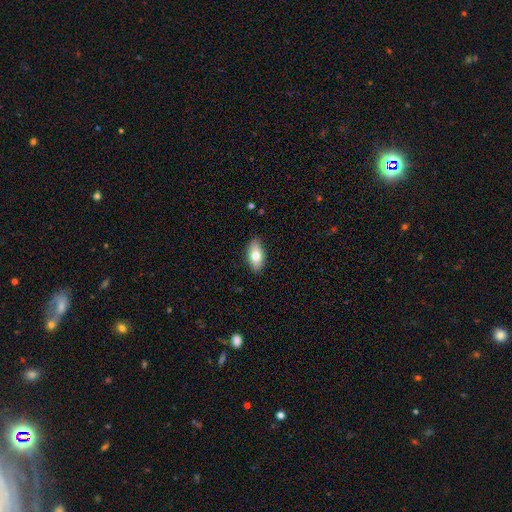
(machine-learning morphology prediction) Q: Smooth or featured?
A: smooth (76%); runner-up: featured or disk (17%)
Q: How rounded?
A: in between (87%); runner-up: cigar-shaped (9%)
Q: Merging?
A: none (87%); runner-up: minor disturbance (10%)